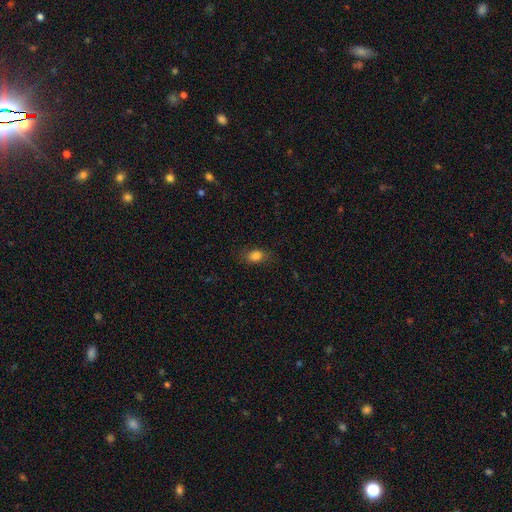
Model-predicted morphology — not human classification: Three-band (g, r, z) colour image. It shows a smooth galaxy with no disk features (83%) that is in between round and cigar-shaped (77%). Merging: none (76%).